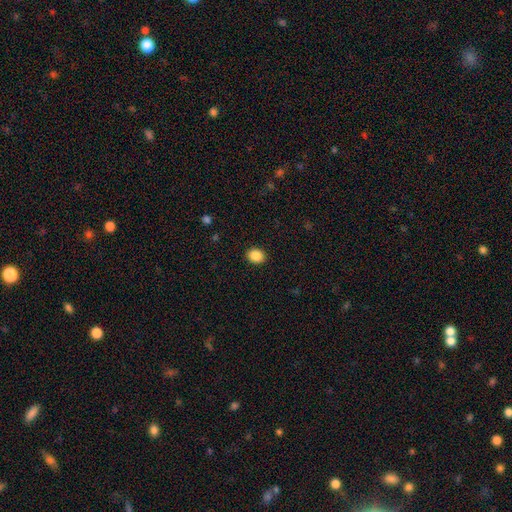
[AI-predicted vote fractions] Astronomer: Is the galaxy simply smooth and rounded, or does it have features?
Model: smooth — 88%.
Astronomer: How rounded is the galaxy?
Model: round — 55% (runner-up: in between, 45%).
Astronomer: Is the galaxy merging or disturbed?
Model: none — 91%.